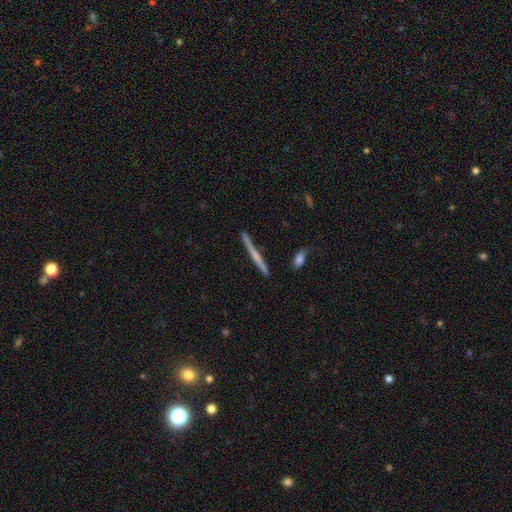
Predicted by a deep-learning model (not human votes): This is possibly a featured or disk galaxy (55%). It is clearly viewed edge-on (98%). Edge-on bulge: likely none (63%). Merging: clearly none (89%).